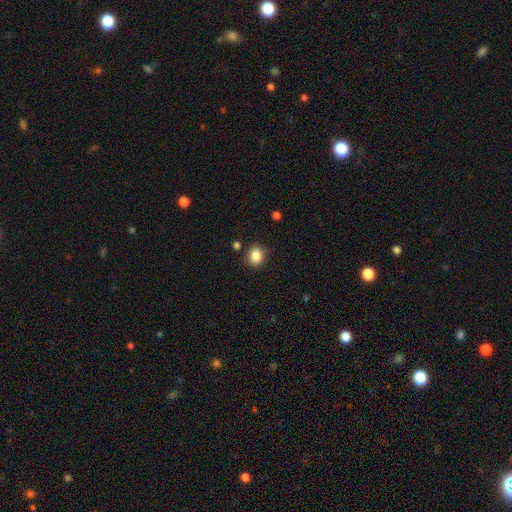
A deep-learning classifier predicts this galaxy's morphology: A smooth galaxy with no disk features (86%) that is round (66%).

Vote fractions:
- Smooth or featured? smooth: 86% / star or artifact: 9% / featured or disk: 5%
- How rounded? round: 66% / in between: 33% / cigar-shaped: 1%
- Merging? none: 85% / minor disturbance: 9% / merger: 3% / major disturbance: 3%